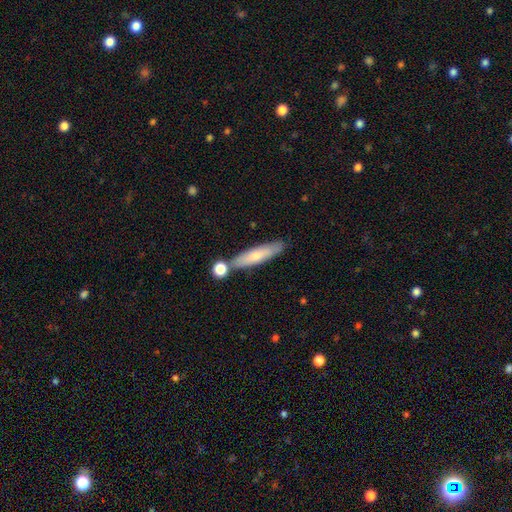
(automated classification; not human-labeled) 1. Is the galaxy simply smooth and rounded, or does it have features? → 66% smooth, 28% featured or disk, 6% star or artifact.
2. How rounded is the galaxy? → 80% cigar-shaped, 18% in between, 2% round.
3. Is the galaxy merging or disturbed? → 74% none, 12% minor disturbance, 11% merger, 3% major disturbance.